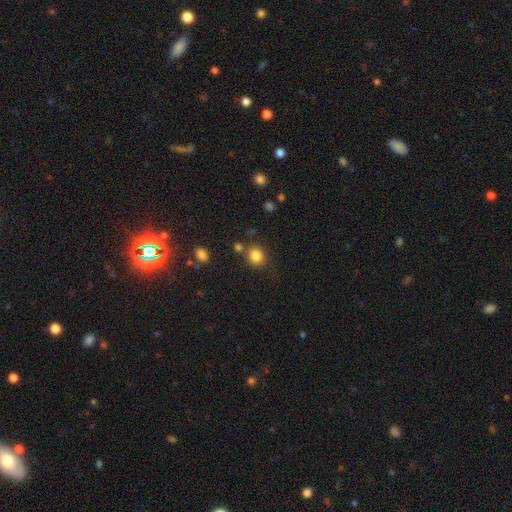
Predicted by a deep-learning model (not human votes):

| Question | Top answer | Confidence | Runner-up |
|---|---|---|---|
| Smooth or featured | smooth | 83% | star or artifact (11%) |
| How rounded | round | 79% | in between (20%) |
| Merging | none | 77% | minor disturbance (11%) |